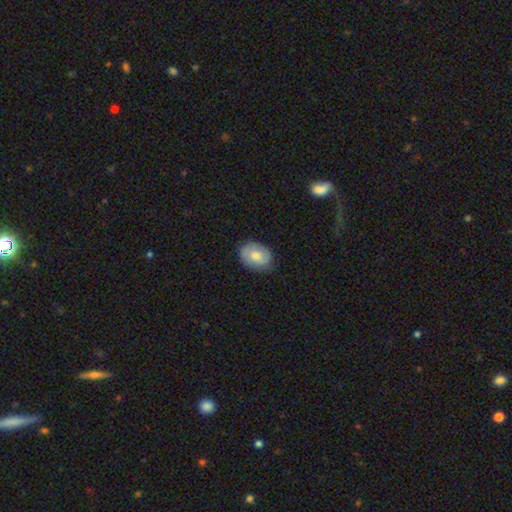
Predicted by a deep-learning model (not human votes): smooth 62%, featured or disk 30%, star or artifact 7%. Down the decision tree: how rounded — in between (60%); merging — none (80%).